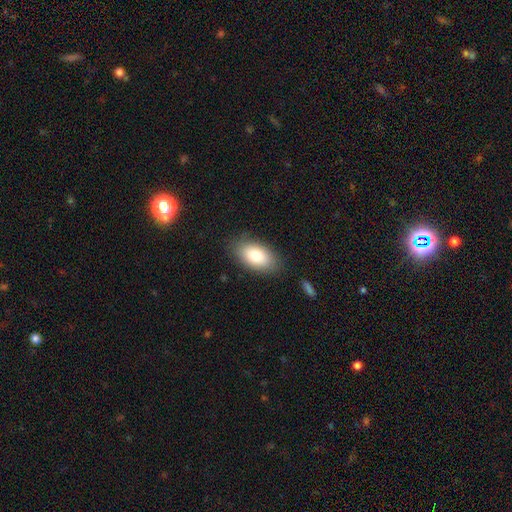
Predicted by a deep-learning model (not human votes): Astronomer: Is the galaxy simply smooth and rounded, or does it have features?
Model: smooth — 82%.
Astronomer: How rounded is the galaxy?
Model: in between — 93%.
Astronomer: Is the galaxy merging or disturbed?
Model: none — 83%.